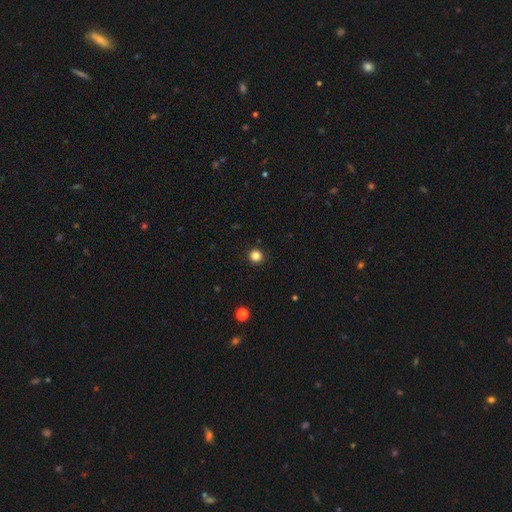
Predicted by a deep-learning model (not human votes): Overall: smooth (83%). How rounded: round (95%). Merging: none (93%).